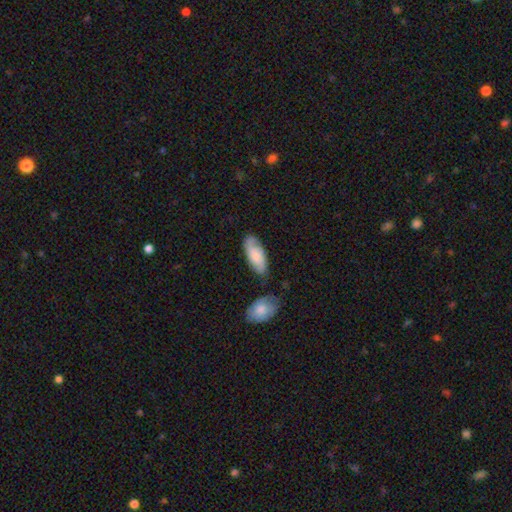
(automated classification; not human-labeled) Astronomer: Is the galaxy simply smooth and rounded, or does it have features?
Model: smooth — 65%.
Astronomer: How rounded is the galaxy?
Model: in between — 83%.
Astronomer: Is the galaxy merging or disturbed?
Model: none — 66%.